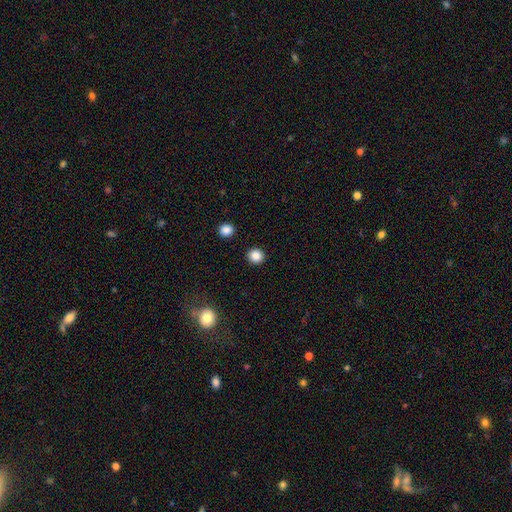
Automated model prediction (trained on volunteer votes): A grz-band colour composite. It shows a smooth galaxy with no disk features (86%) that is round (90%). Merging: none (92%).